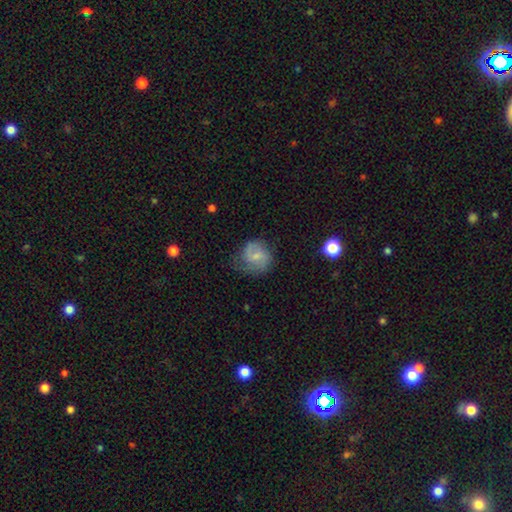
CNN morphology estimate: Smooth or featured: featured or disk — 53% (smooth — 39%)
Edge-on disk: no — 98% (yes — 2%)
Bar: weak — 48% (no — 42%)
Spiral arms: yes — 85% (no — 15%)
Bulge size: small — 57% (moderate — 27%)
Merging: none — 59% (minor disturbance — 26%)